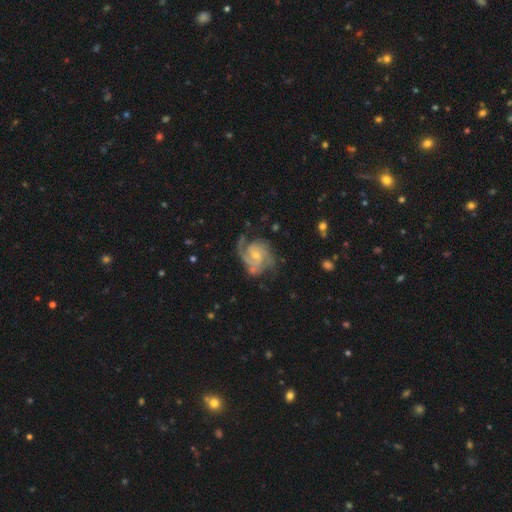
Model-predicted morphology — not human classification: The model was most divided on "spiral winding": tight: 46%, medium: 44%, loose: 10%. Remaining: edge-on disk — no (98%); spiral arms — yes (98%); smooth or featured — featured or disk (89%); merging — none (61%); bulge size — small (61%); bar — no (52%); spiral arm count — 2 (50%).